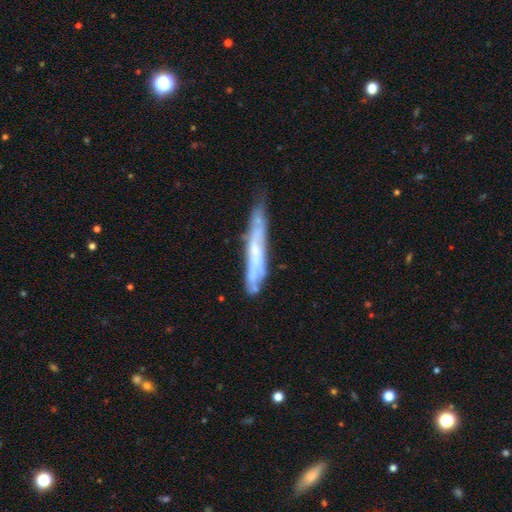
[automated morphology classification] Smooth or featured?
  - featured or disk: 58% *
  - smooth: 34%
  - star or artifact: 7%
Edge-on disk?
  - yes: 71% *
  - no: 29%
Merging?
  - none: 62% *
  - minor disturbance: 27%
  - major disturbance: 7%
  - merger: 4%